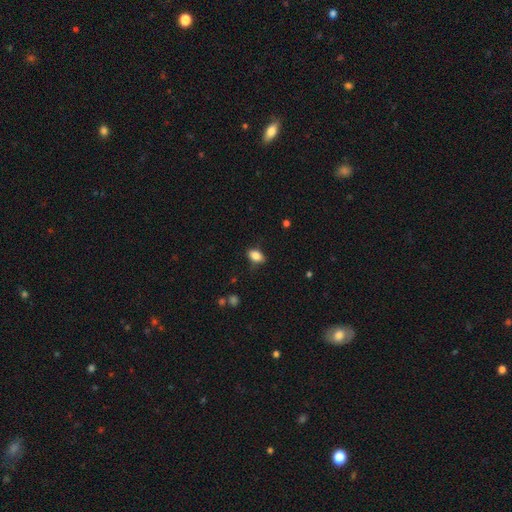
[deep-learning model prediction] A smooth galaxy with no disk features (85%) that is in between round and cigar-shaped (86%). Merging: none (76%).